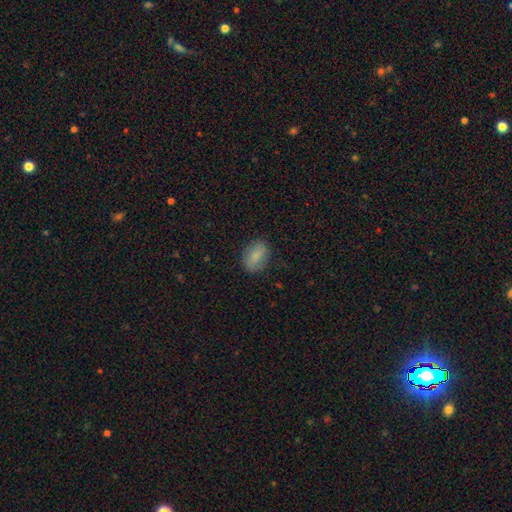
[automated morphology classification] type=smooth (82%); roundness=in between (84%); merging=none (81%).